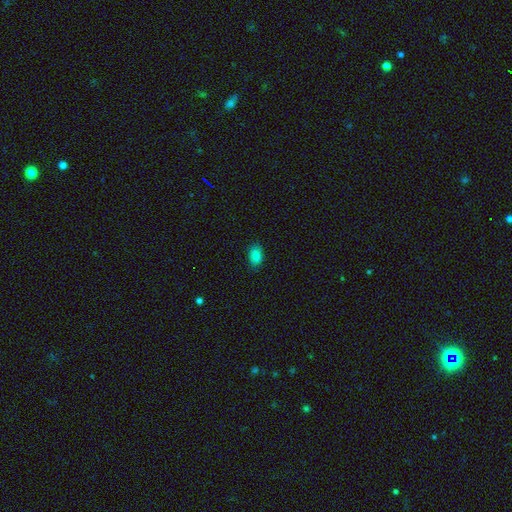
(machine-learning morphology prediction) smooth-or-featured: smooth: 85% | star or artifact: 11% | featured or disk: 4%
  how-rounded: in between: 90% | round: 8% | cigar-shaped: 2%
  merging: none: 85% | minor disturbance: 12% | major disturbance: 2% | merger: 1%